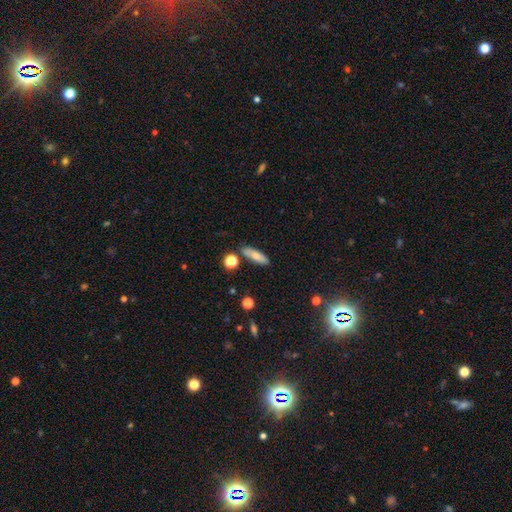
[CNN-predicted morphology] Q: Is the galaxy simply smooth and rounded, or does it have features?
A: smooth — 74%.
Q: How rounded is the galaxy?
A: in between — 48%, tied with cigar-shaped.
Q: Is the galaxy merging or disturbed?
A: none — 80%.